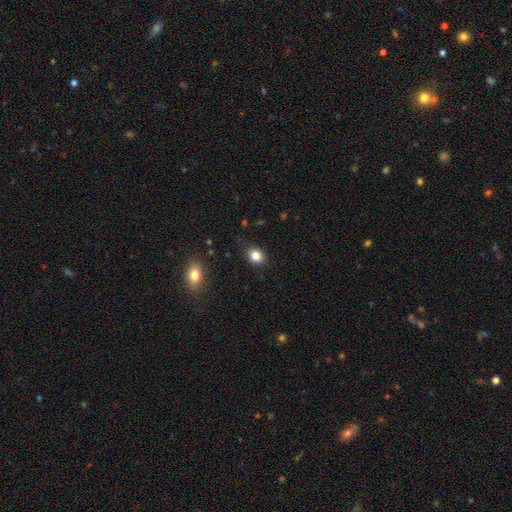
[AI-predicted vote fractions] smooth-or-featured: smooth: 84% | star or artifact: 11% | featured or disk: 5%
  how-rounded: round: 63% | in between: 36% | cigar-shaped: 1%
  merging: none: 85% | minor disturbance: 11% | major disturbance: 3% | merger: 1%